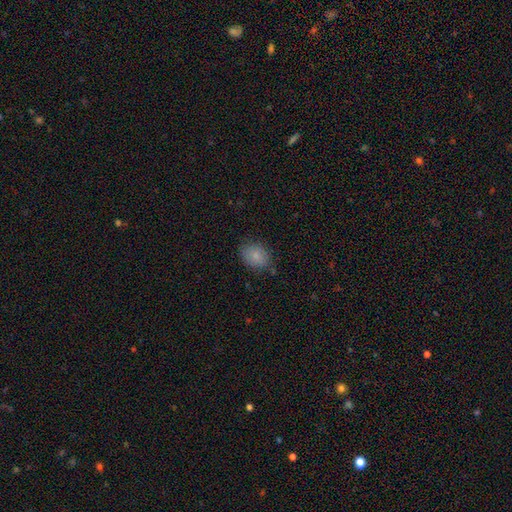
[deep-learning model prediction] Morphology: type=smooth (83%); roundness=in between (64%); merging=none (75%).